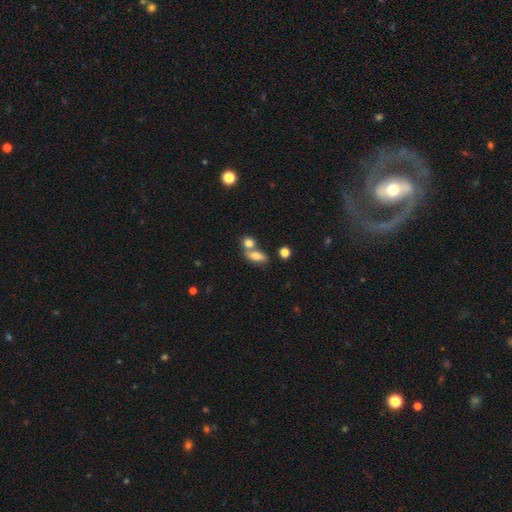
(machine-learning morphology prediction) A smooth galaxy with no disk features (73%) that is in between round and cigar-shaped (71%). Merging: none (45%).